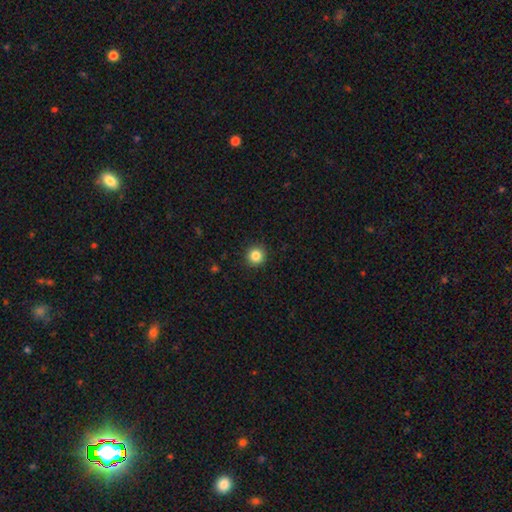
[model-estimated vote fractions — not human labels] Overall: smooth (84%). How rounded: round (95%). Merging: none (92%).